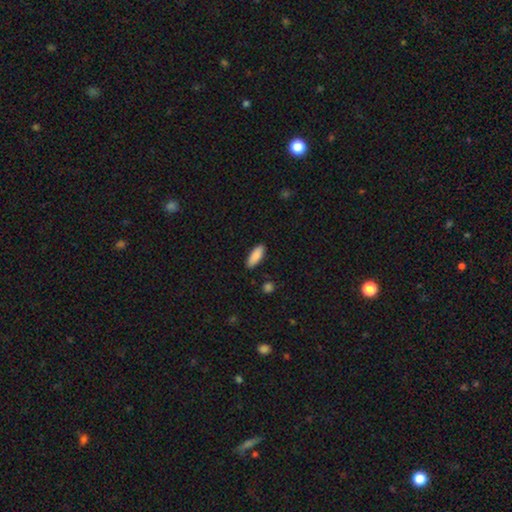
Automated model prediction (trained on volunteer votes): smooth-or-featured: smooth: 88% | star or artifact: 6% | featured or disk: 5%
  how-rounded: in between: 69% | cigar-shaped: 29% | round: 2%
  merging: none: 87% | minor disturbance: 9% | major disturbance: 2% | merger: 2%